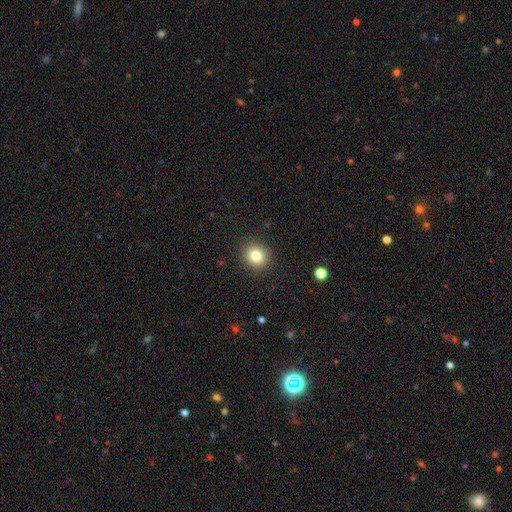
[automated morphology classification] A smooth galaxy with no disk features (82%) that is round (86%).

Vote fractions:
- Smooth or featured? smooth: 82% / star or artifact: 12% / featured or disk: 7%
- How rounded? round: 86% / in between: 13% / cigar-shaped: 1%
- Merging? none: 91% / minor disturbance: 6% / major disturbance: 2% / merger: 1%